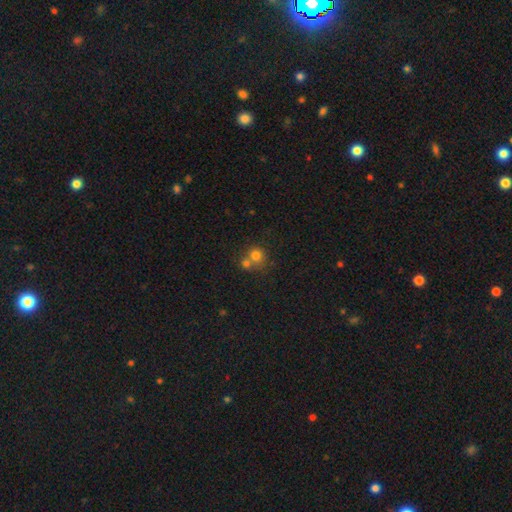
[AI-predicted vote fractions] Morphology: type=smooth (75%); roundness=round (85%); merging=merger (47%).